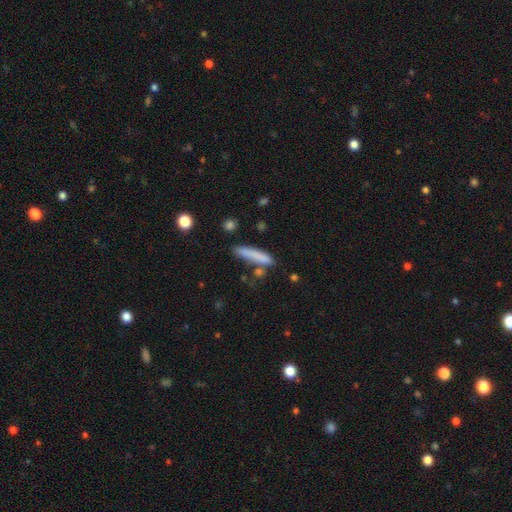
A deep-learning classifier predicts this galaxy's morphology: This is likely a smooth galaxy (78%). How rounded: clearly cigar-shaped (89%). Merging: likely none (71%).